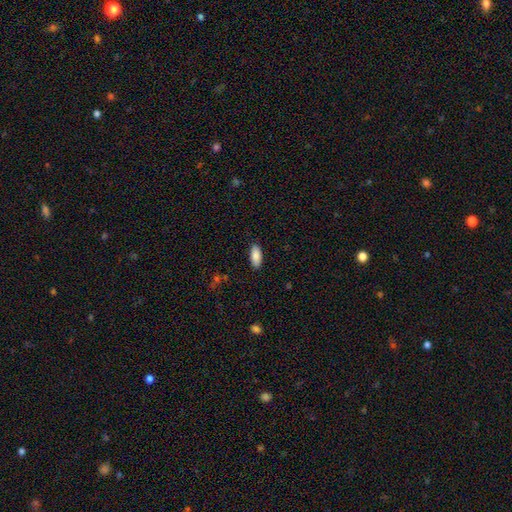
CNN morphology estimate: smooth-or-featured: smooth: 87% | star or artifact: 6% | featured or disk: 6%
  how-rounded: in between: 86% | cigar-shaped: 12% | round: 2%
  merging: none: 88% | minor disturbance: 9% | major disturbance: 2% | merger: 1%